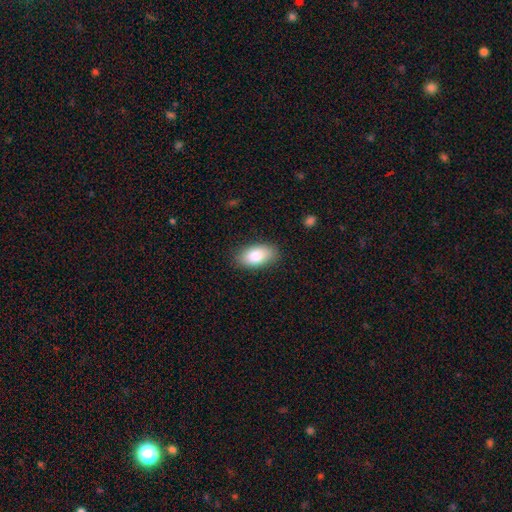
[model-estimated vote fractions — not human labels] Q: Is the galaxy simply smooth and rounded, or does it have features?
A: smooth — 85%.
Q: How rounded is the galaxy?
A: in between — 94%.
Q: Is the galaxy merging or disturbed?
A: none — 86%.